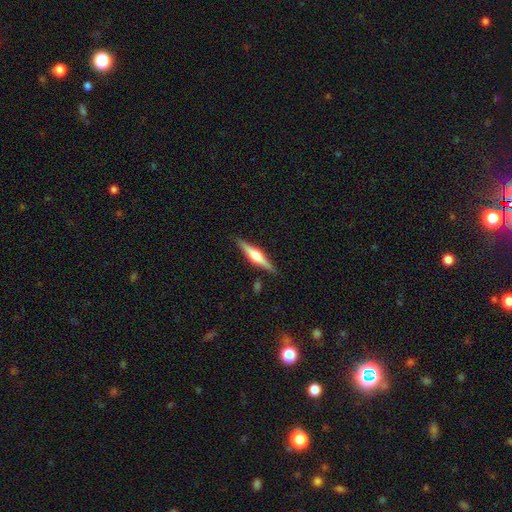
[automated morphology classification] A featured or disk galaxy (74%) viewed edge-on (98%) with a rounded central bulge (89%).

Vote fractions:
- Smooth or featured? featured or disk: 74% / smooth: 20% / star or artifact: 5%
- Edge-on disk? yes: 98% / no: 2%
- Edge-on bulge? rounded: 89% / boxy: 8% / none: 3%
- Merging? none: 89% / minor disturbance: 8% / major disturbance: 2% / merger: 1%